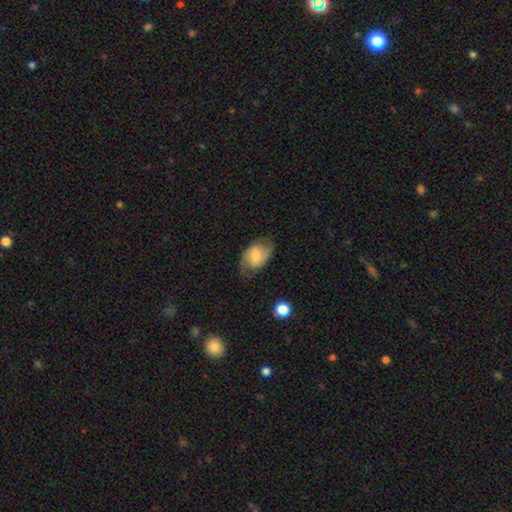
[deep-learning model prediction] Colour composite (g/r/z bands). It shows a smooth galaxy with no disk features (50%) that is in between round and cigar-shaped (82%). Merging: none (65%).